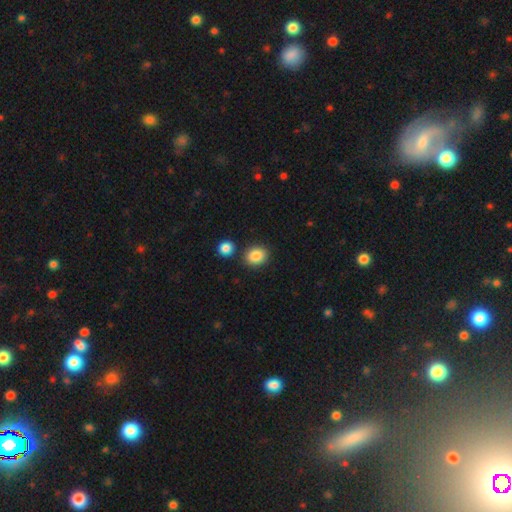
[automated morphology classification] The model was most divided on "how rounded": round: 60%, in between: 39%, cigar-shaped: 1%. More confident: smooth or featured — smooth (87%); merging — none (82%).